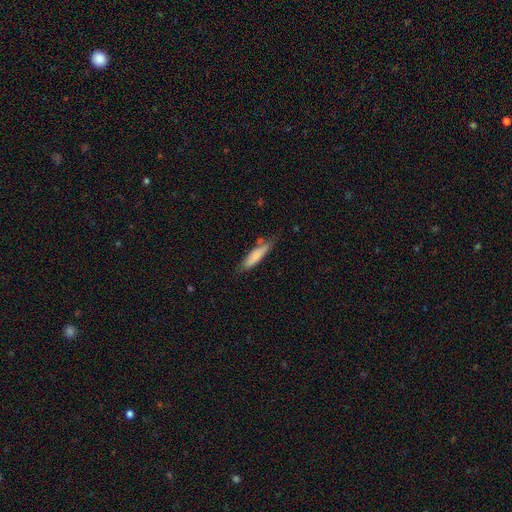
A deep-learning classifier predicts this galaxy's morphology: This appears to be a smooth galaxy with no disk features (79%) that is cigar-shaped (75%). Merging: none (70%).